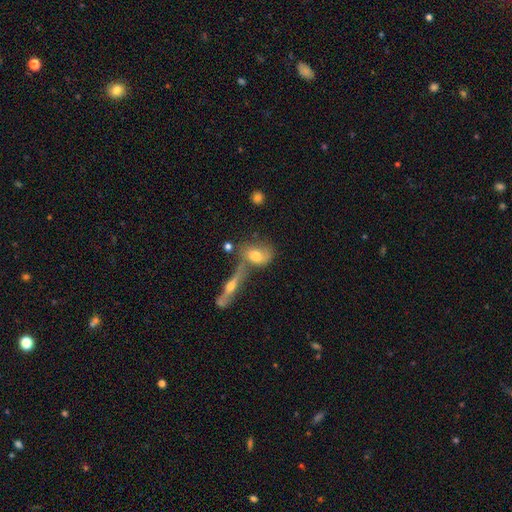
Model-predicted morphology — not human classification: type=smooth (47%); merging=none (39%, tied with merger).